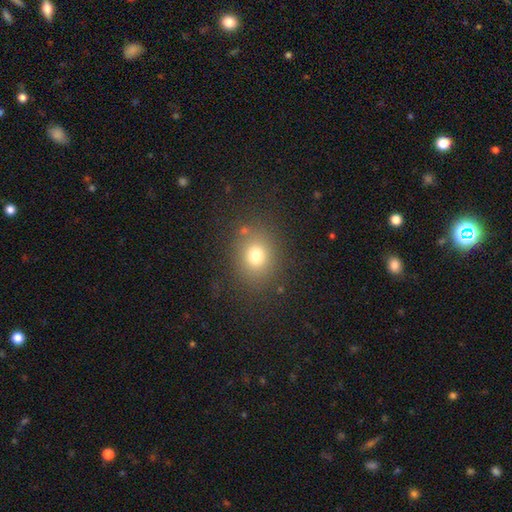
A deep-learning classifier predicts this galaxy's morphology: This is likely a smooth galaxy (75%). How rounded: likely round (63%). Merging: clearly none (83%).